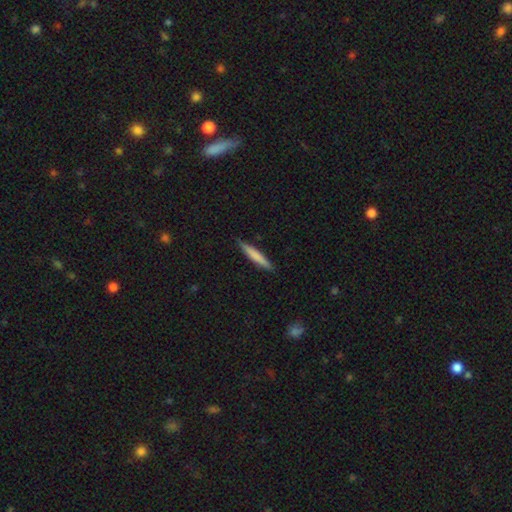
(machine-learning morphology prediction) Q: Smooth or featured?
A: smooth (69%); runner-up: featured or disk (26%)
Q: How rounded?
A: cigar-shaped (94%); runner-up: in between (5%)
Q: Merging?
A: none (88%); runner-up: minor disturbance (10%)